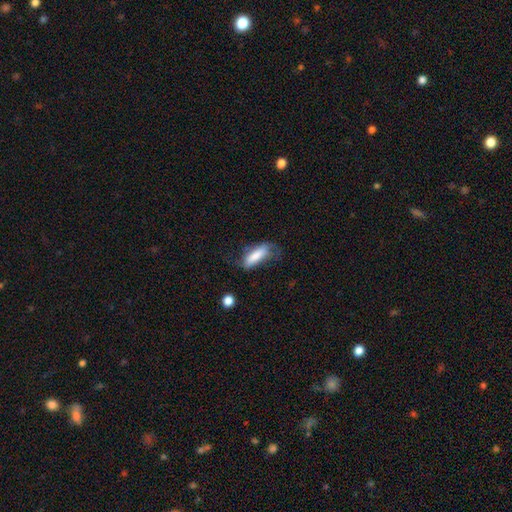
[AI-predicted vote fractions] smooth-or-featured: smooth: 72% | featured or disk: 21% | star or artifact: 7%
  how-rounded: in between: 52% | cigar-shaped: 46% | round: 2%
  merging: none: 40% | minor disturbance: 31% | major disturbance: 26% | merger: 3%